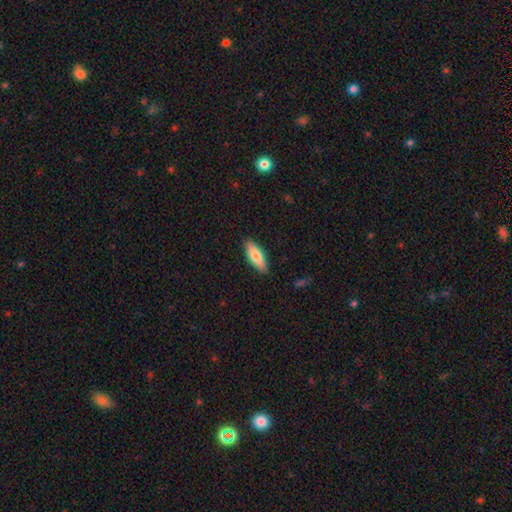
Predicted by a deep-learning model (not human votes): Smooth or featured? Predicted: smooth (p=0.75). How rounded? Predicted: in between (p=0.65). Merging? Predicted: none (p=0.88).